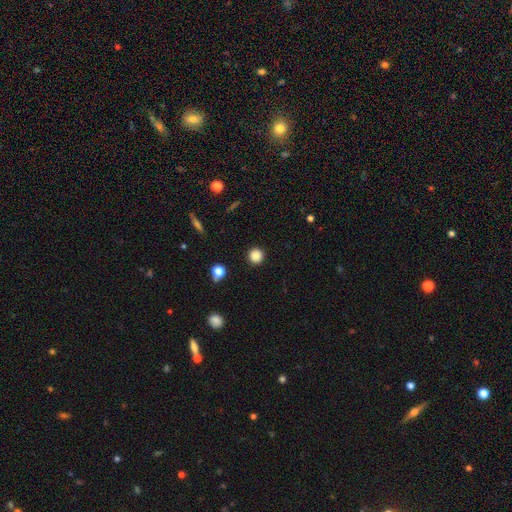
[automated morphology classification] Smooth or featured? smooth (86%)
How rounded? round (95%)
Merging? none (92%)